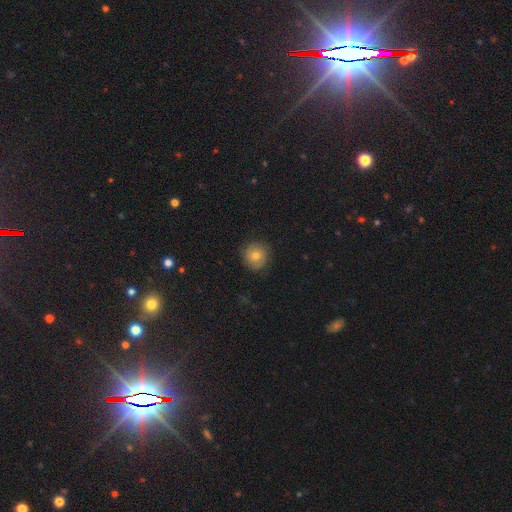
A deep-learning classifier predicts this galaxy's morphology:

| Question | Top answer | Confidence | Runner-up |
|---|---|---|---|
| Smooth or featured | smooth | 59% | featured or disk (29%) |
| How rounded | round | 90% | in between (9%) |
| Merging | none | 84% | minor disturbance (12%) |